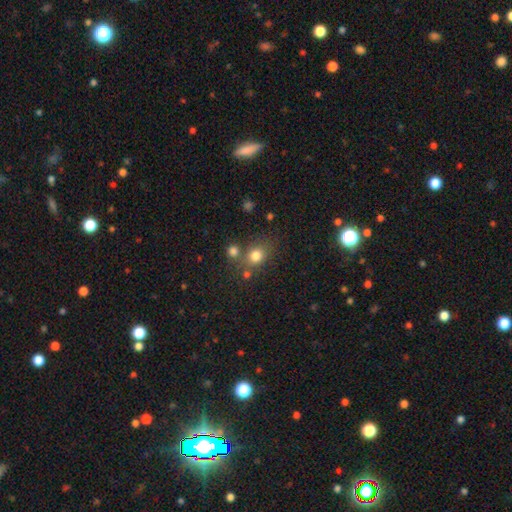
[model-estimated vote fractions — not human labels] This is likely a smooth galaxy (78%). How rounded: likely round (67%). Merging: likely none (63%).